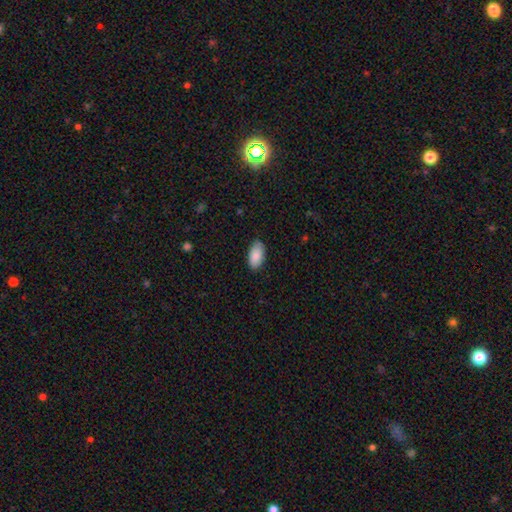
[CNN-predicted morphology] Overall: smooth (89%). How rounded: in between (95%). Merging: none (84%).